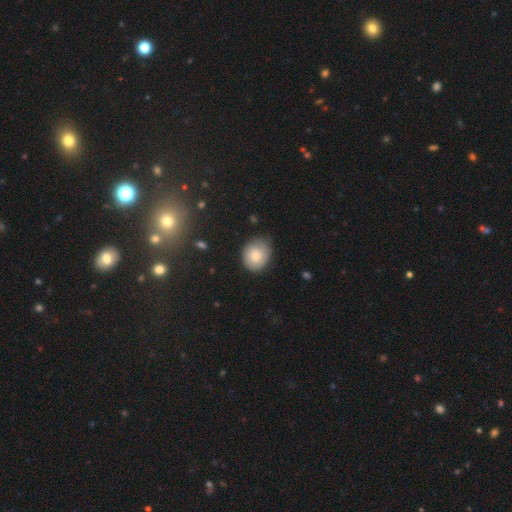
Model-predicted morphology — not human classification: This is likely a smooth galaxy (79%). How rounded: likely round (65%). Merging: likely none (75%).